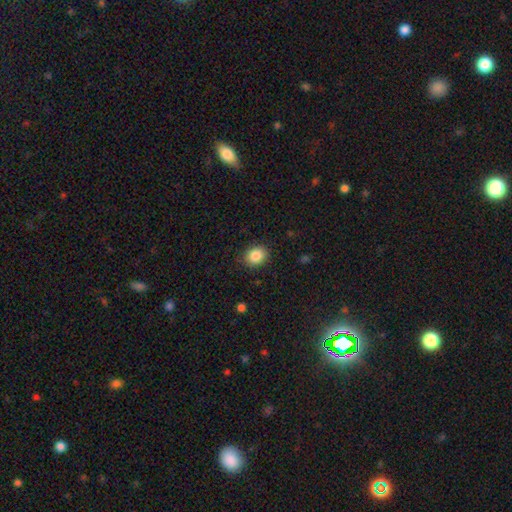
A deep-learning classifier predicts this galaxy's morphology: Smooth or featured? Predicted: smooth (p=0.86). How rounded? Predicted: round (p=0.55). Merging? Predicted: none (p=0.87).